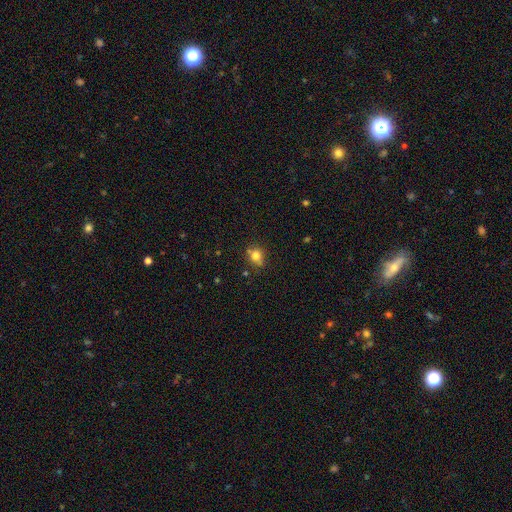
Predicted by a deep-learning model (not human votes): Morphology: type=smooth (74%); roundness=round (74%); merging=none (70%).